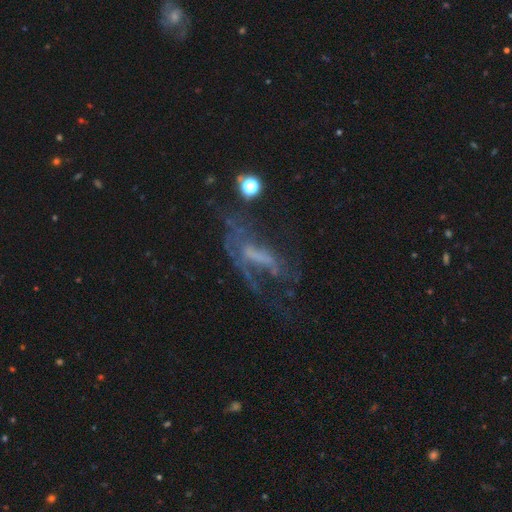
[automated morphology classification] Smooth or featured: featured or disk — 62% (star or artifact — 21%)
Edge-on disk: no — 86% (yes — 14%)
Bar: no — 47% (weak — 31%)
Spiral arms: yes — 51% (no — 49%)
Bulge size: none — 54% (small — 25%)
Merging: major disturbance — 42% (none — 34%)